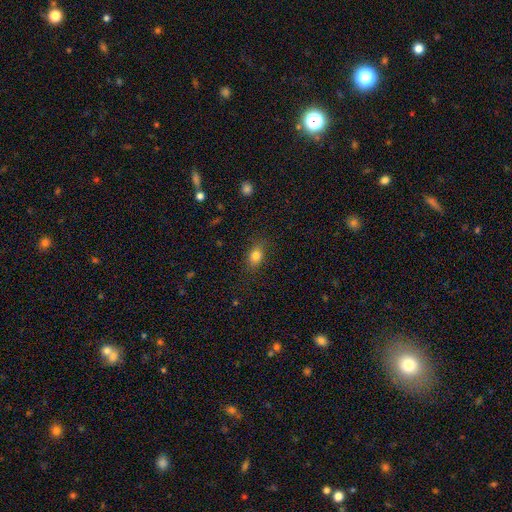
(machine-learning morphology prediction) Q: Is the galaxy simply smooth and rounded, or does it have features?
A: smooth — 81%.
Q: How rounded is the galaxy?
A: in between — 68%.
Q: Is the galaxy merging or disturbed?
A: none — 80%.